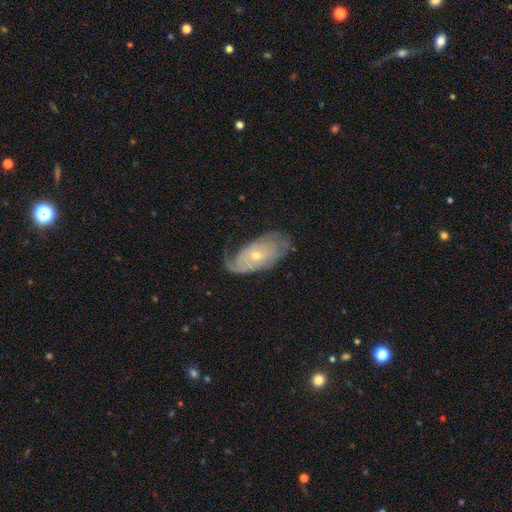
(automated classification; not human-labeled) Smooth or featured: featured or disk — 73% (smooth — 20%)
Edge-on disk: no — 91% (yes — 9%)
Bar: no — 77% (weak — 19%)
Spiral arms: yes — 86% (no — 14%)
Spiral winding: tight — 54% (medium — 29%)
Spiral arm count: can't tell — 36% (2 — 31%)
Bulge size: small — 62% (moderate — 35%)
Merging: none — 58% (minor disturbance — 25%)